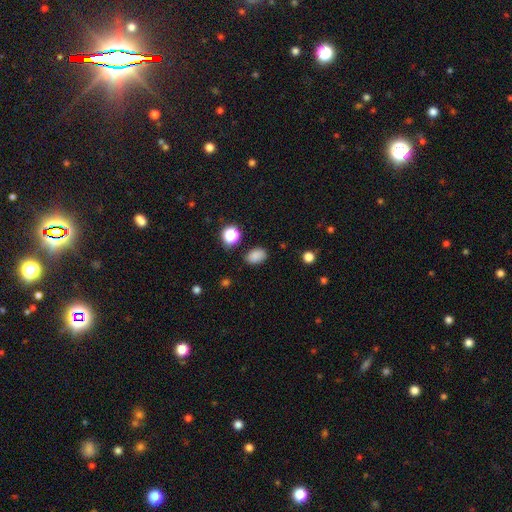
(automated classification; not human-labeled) A smooth galaxy with no disk features (83%) that is in between round and cigar-shaped (83%). Merging: none (83%).